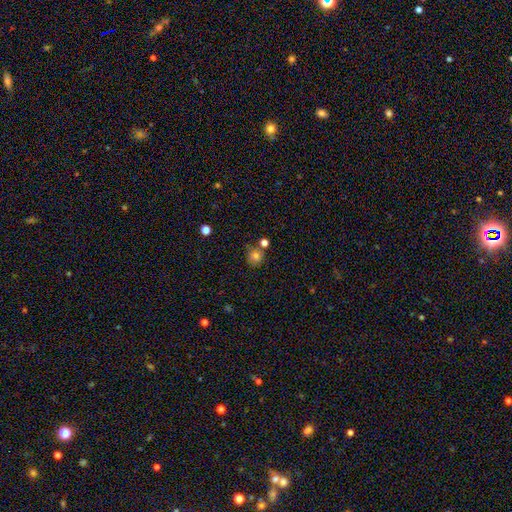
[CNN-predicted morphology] smooth-or-featured: smooth: 77% | star or artifact: 14% | featured or disk: 9%
  how-rounded: round: 85% | in between: 14% | cigar-shaped: 1%
  merging: none: 65% | merger: 17% | minor disturbance: 14% | major disturbance: 5%